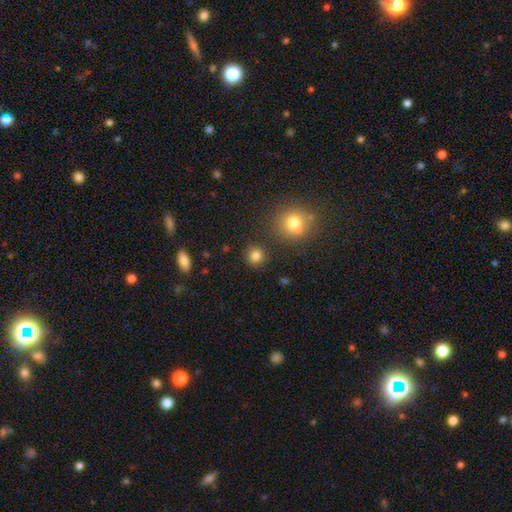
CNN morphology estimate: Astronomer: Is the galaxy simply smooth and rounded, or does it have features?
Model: smooth — 82%.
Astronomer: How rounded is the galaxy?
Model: round — 90%.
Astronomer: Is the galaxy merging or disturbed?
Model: none — 87%.